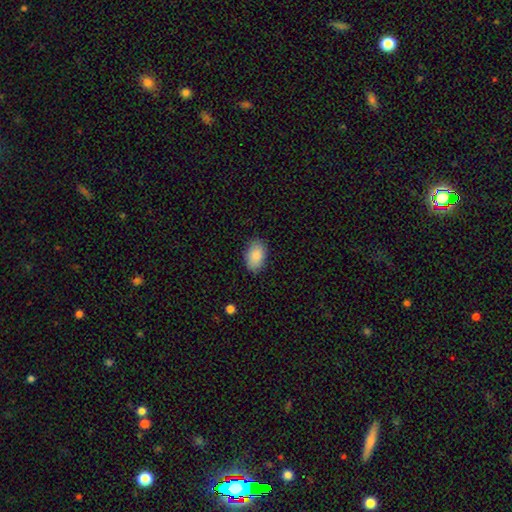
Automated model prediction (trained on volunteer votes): smooth 88%, star or artifact 6%, featured or disk 6%. Down the decision tree: how rounded — in between (89%); merging — none (84%).